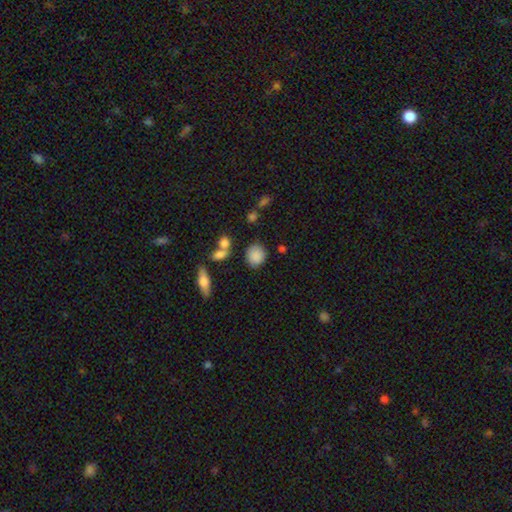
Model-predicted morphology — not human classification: Overall: smooth (85%). How rounded: round (76%). Merging: none (77%).